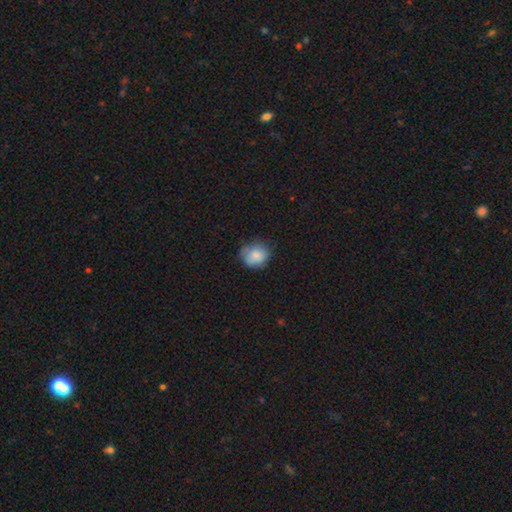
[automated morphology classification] Q: Smooth or featured?
A: smooth (83%); runner-up: featured or disk (9%)
Q: How rounded?
A: round (74%); runner-up: in between (26%)
Q: Merging?
A: none (66%); runner-up: minor disturbance (26%)